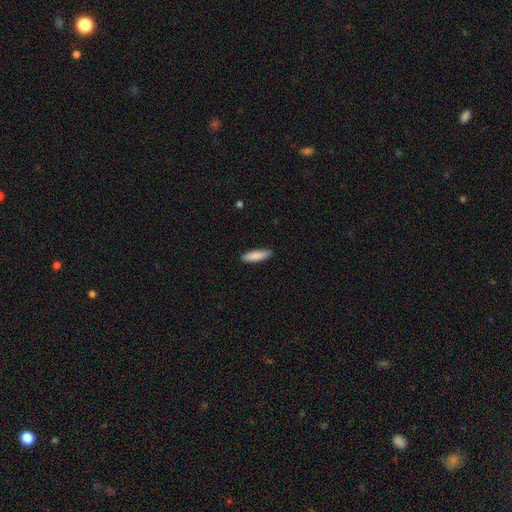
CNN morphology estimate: This appears to be a smooth galaxy with no disk features (87%) that is cigar-shaped (69%). Merging: none (89%).